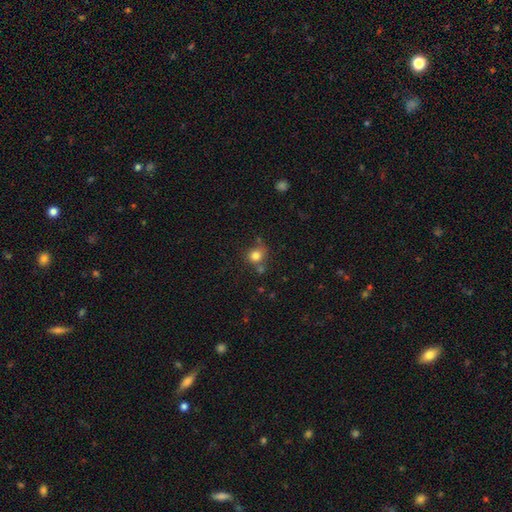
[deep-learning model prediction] A smooth galaxy with no disk features (80%) that is round (78%).

Vote fractions:
- Smooth or featured? smooth: 80% / star or artifact: 12% / featured or disk: 7%
- How rounded? round: 78% / in between: 21% / cigar-shaped: 1%
- Merging? none: 64% / minor disturbance: 16% / merger: 14% / major disturbance: 5%